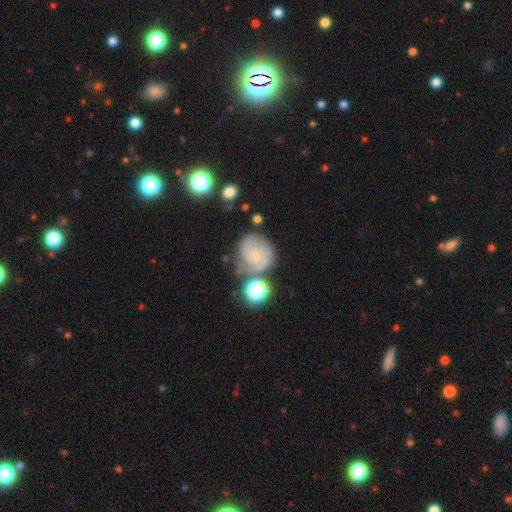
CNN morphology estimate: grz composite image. It shows a featured or disk galaxy (73%) with no bar (69%), 2 (46%) tight (58%) spiral arms (94%) and a small central bulge (76%). Merging: none (62%).